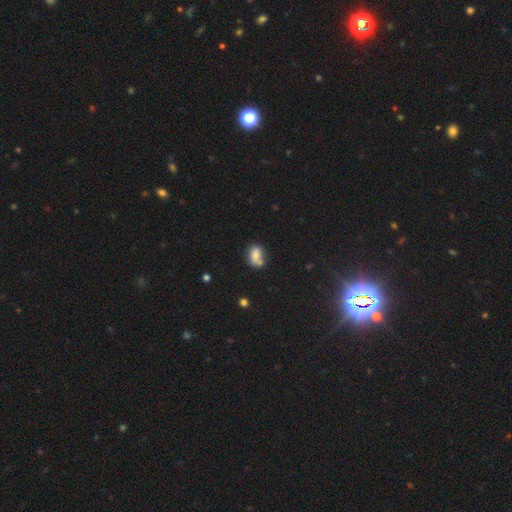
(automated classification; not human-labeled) smooth-or-featured: smooth: 74% | featured or disk: 15% | star or artifact: 11%
  how-rounded: in between: 69% | round: 29% | cigar-shaped: 2%
  merging: none: 41% | merger: 34% | minor disturbance: 18% | major disturbance: 7%